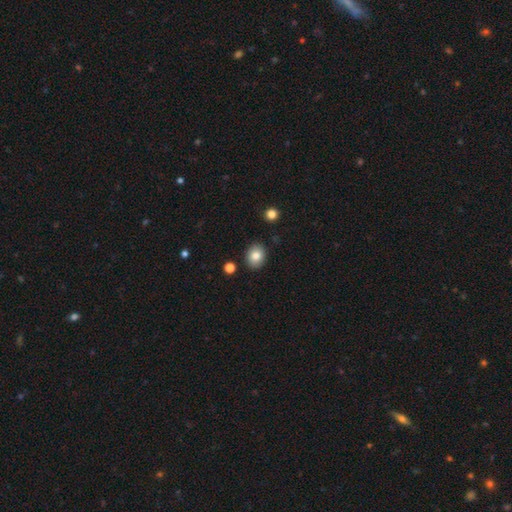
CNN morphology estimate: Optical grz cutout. It shows a smooth galaxy with no disk features (84%) that is in between round and cigar-shaped (52%). Merging: none (88%).